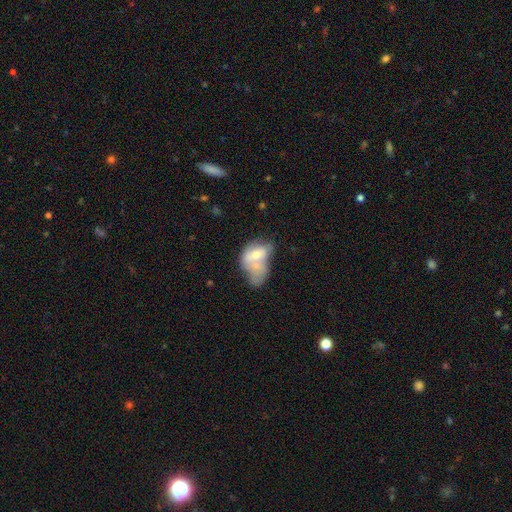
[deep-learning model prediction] Q: Smooth or featured?
A: smooth (55%); runner-up: featured or disk (37%)
Q: How rounded?
A: in between (82%); runner-up: round (17%)
Q: Merging?
A: merger (60%); runner-up: major disturbance (18%)